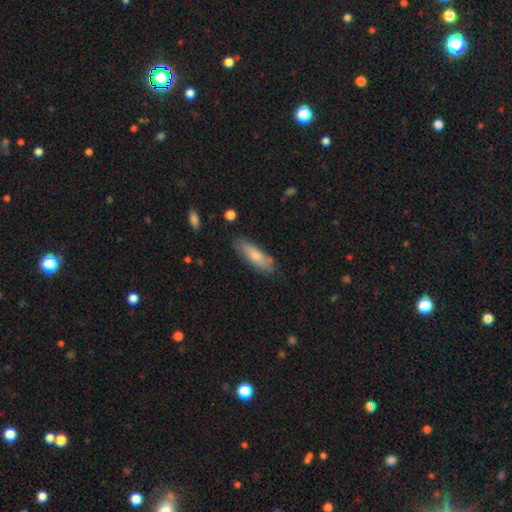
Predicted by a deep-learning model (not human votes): A smooth galaxy with no disk features (74%) that is in between round and cigar-shaped (56%).

Vote fractions:
- Smooth or featured? smooth: 74% / featured or disk: 20% / star or artifact: 6%
- How rounded? in between: 56% / cigar-shaped: 42% / round: 2%
- Merging? none: 78% / minor disturbance: 16% / major disturbance: 3% / merger: 2%